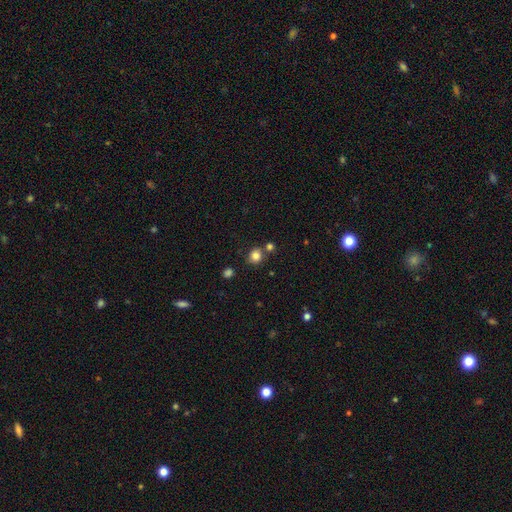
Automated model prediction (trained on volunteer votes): The model was most divided on "merging": none: 71%, merger: 14%, minor disturbance: 11%, major disturbance: 3%. More confident: smooth or featured — smooth (83%); how rounded — round (79%).